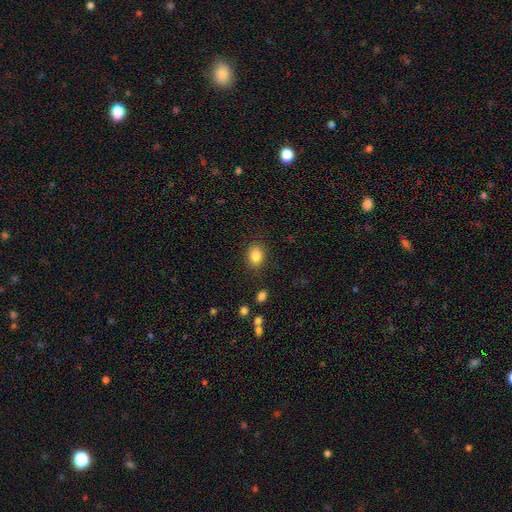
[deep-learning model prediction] Smooth or featured? Predicted: smooth (p=0.85). How rounded? Predicted: in between (p=0.58). Merging? Predicted: none (p=0.86).